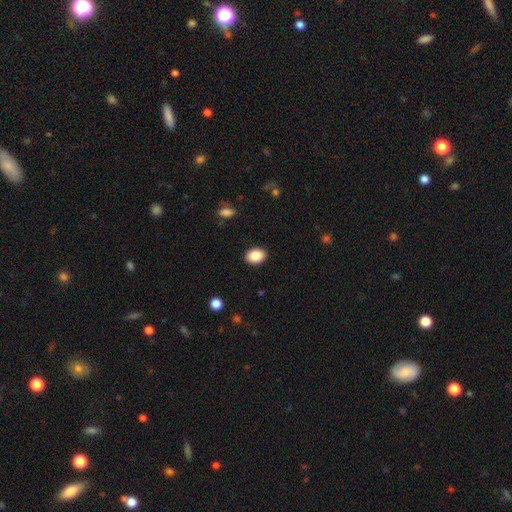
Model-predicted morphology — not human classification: Smooth or featured? smooth (89%)
How rounded? in between (74%)
Merging? none (89%)